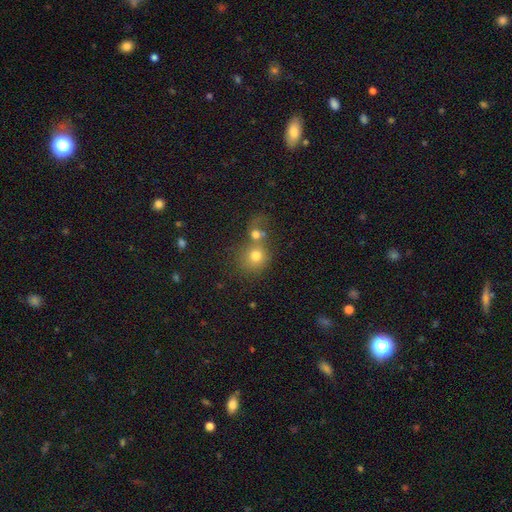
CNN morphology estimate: Smooth or featured? smooth (72%)
How rounded? round (79%)
Merging? merger (53%)